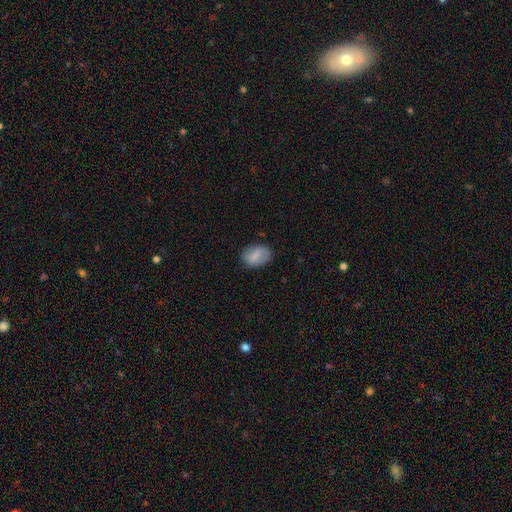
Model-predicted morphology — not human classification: Q: Smooth or featured?
A: smooth (76%); runner-up: featured or disk (17%)
Q: How rounded?
A: in between (81%); runner-up: round (18%)
Q: Merging?
A: none (79%); runner-up: minor disturbance (16%)